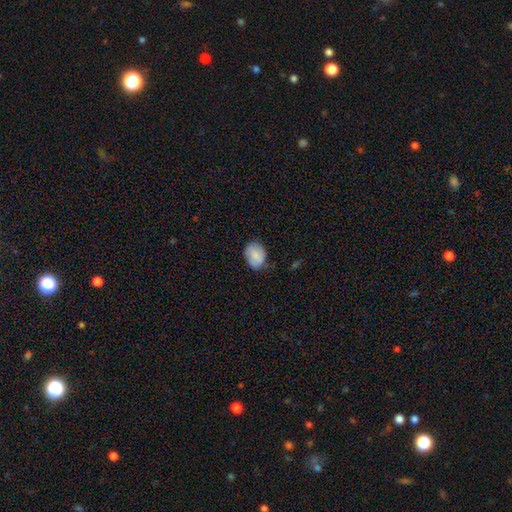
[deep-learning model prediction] smooth 85%, featured or disk 8%, star or artifact 7%. Down the decision tree: how rounded — in between (68%); merging — none (72%).